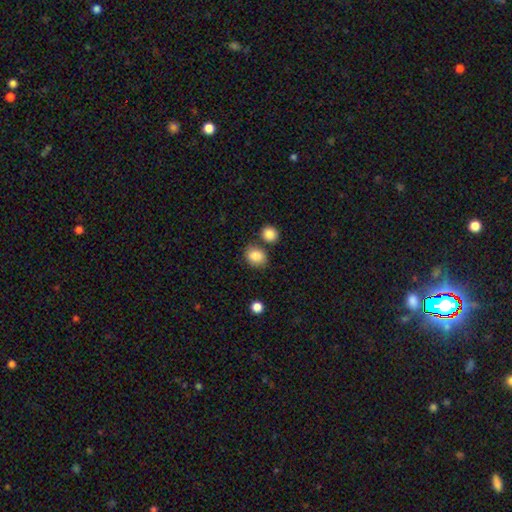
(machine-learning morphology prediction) A smooth galaxy with no disk features (87%) that is round (52%). Merging: none (68%).